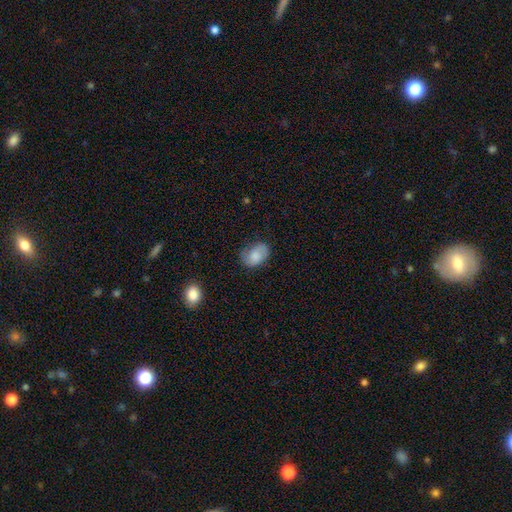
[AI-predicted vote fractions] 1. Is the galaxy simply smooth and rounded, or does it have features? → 70% smooth, 22% featured or disk, 8% star or artifact.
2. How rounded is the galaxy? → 80% in between, 19% round, 1% cigar-shaped.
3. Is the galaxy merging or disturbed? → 65% none, 26% minor disturbance, 8% major disturbance, 2% merger.